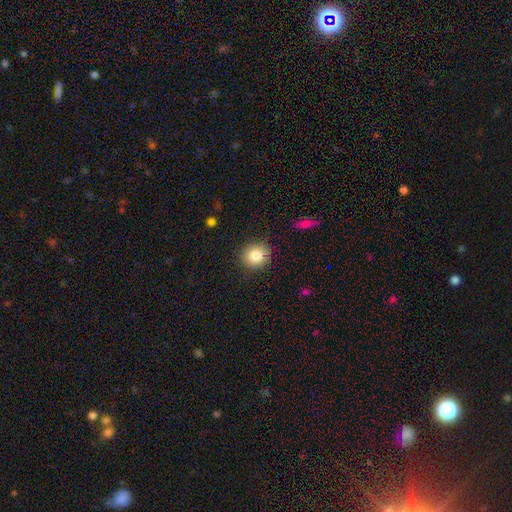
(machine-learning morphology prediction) smooth 82%, star or artifact 10%, featured or disk 8%. Down the decision tree: how rounded — round (86%); merging — none (88%).